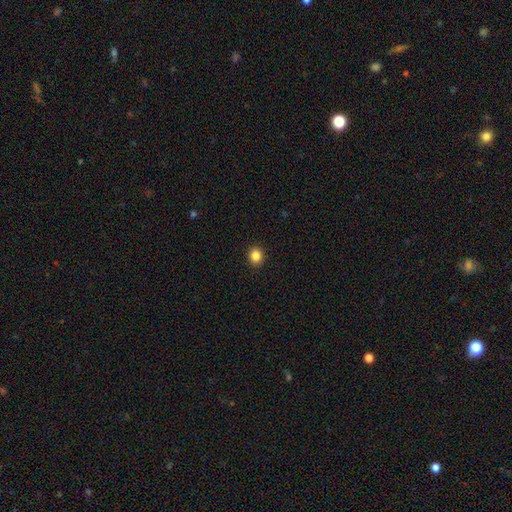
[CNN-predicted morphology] type=smooth (86%); roundness=round (78%); merging=none (92%).